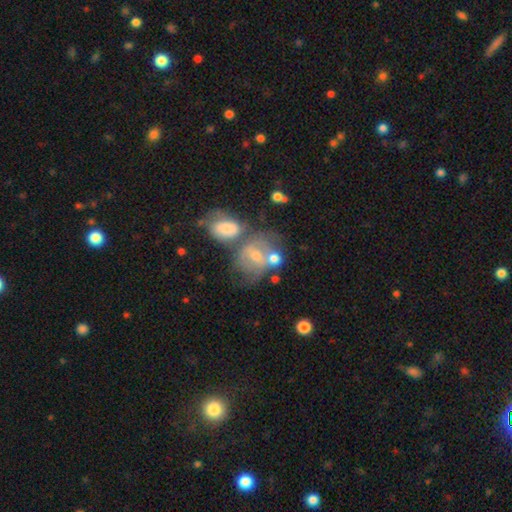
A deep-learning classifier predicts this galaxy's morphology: Q: Smooth or featured?
A: featured or disk (47%); runner-up: smooth (42%)
Q: Merging?
A: merger (42%); runner-up: none (28%)